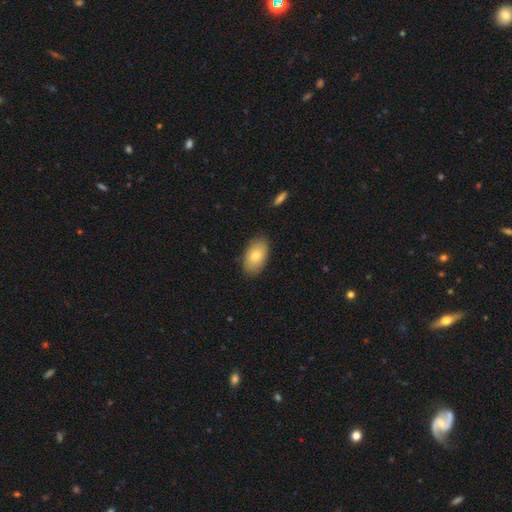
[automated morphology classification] This is likely a smooth galaxy (79%). How rounded: clearly in between (93%). Merging: clearly none (85%).